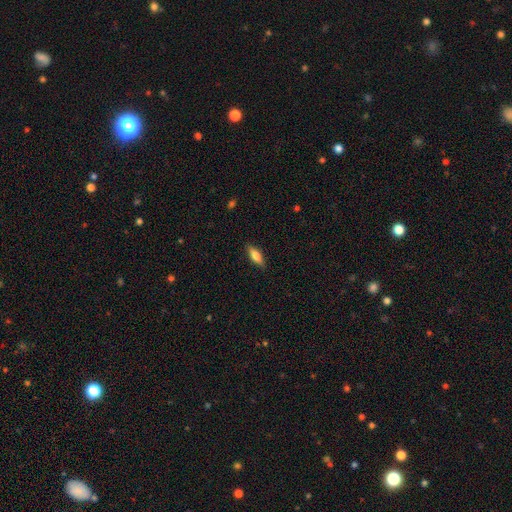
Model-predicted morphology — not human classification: Smooth or featured? Predicted: smooth (p=0.66). How rounded? Predicted: in between (p=0.61). Merging? Predicted: none (p=0.87).